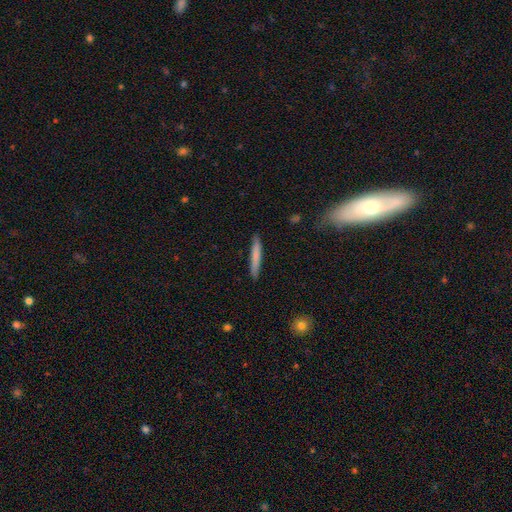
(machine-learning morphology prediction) This appears to be a smooth galaxy with no disk features (75%) that is cigar-shaped (95%). Merging: none (88%).